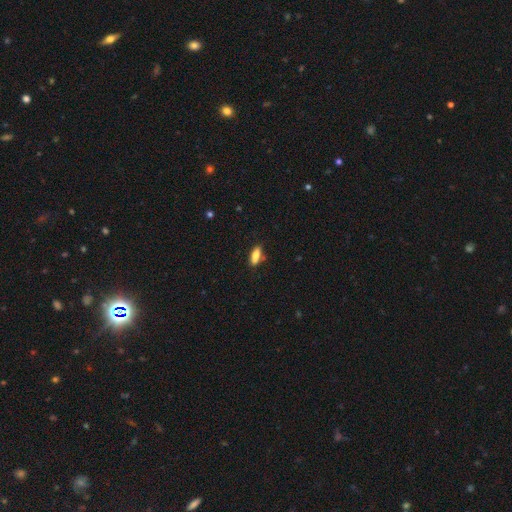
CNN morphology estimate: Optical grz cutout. It shows a smooth galaxy with no disk features (82%) that is in between round and cigar-shaped (68%). Merging: none (79%).